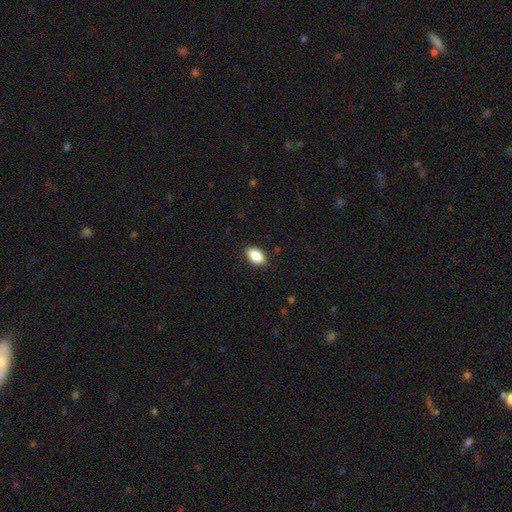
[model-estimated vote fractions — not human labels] A smooth galaxy with no disk features (88%) that is in between round and cigar-shaped (92%). Merging: none (86%).